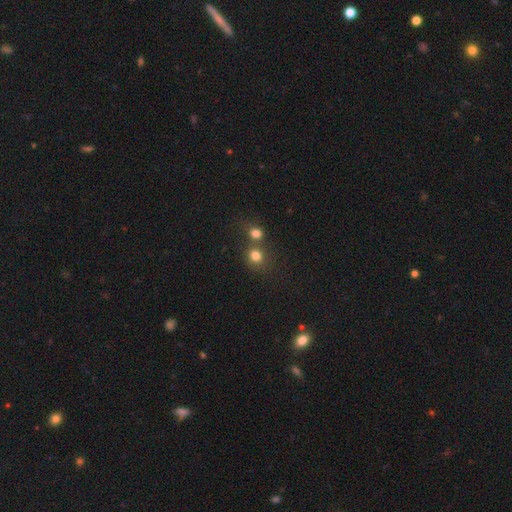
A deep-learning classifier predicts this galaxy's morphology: smooth_or_featured: smooth (p=0.78) [alt: star or artifact p=0.15]
how_rounded: round (p=0.80) [alt: in between p=0.19]
merging: none (p=0.50) [alt: merger p=0.38]